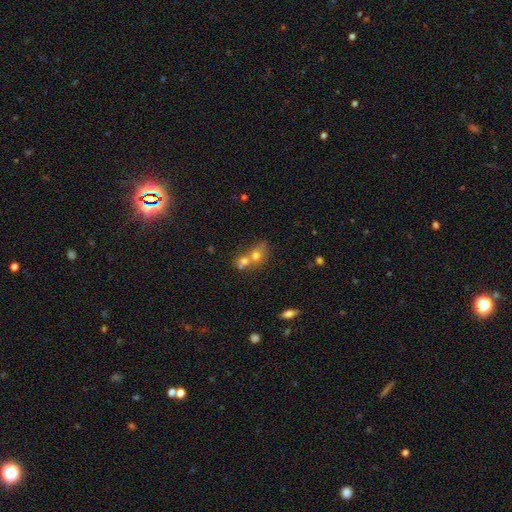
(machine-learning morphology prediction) Smooth or featured: smooth — 61% (featured or disk — 24%)
How rounded: round — 54% (in between — 43%)
Merging: merger — 60% (none — 28%)